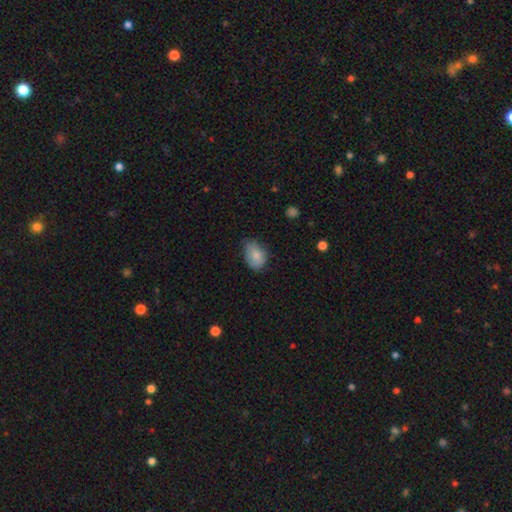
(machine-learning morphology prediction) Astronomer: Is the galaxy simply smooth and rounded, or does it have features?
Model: smooth — 80%.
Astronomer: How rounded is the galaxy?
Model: in between — 76%.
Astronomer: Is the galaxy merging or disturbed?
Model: none — 49% (runner-up: minor disturbance, 40%).